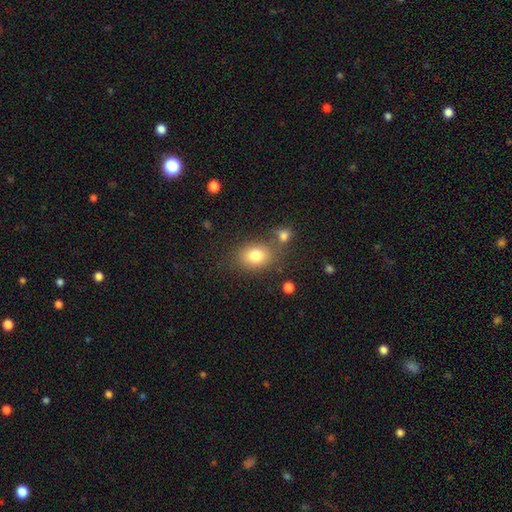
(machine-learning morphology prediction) A smooth galaxy with no disk features (80%) that is in between round and cigar-shaped (64%).

Vote fractions:
- Smooth or featured? smooth: 80% / star or artifact: 10% / featured or disk: 10%
- How rounded? in between: 64% / round: 34% / cigar-shaped: 1%
- Merging? none: 65% / merger: 16% / minor disturbance: 13% / major disturbance: 5%